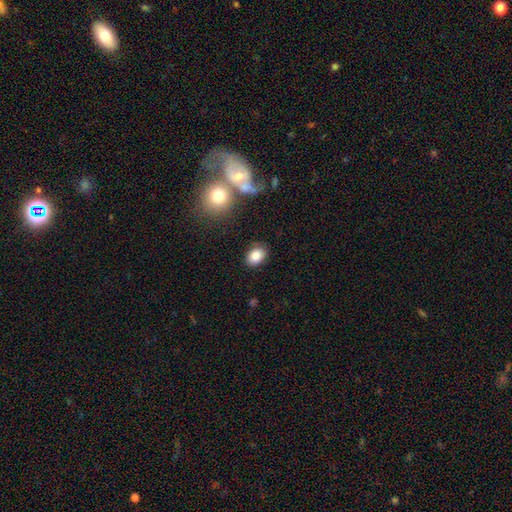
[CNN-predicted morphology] This appears to be a smooth galaxy with no disk features (85%) that is in between round and cigar-shaped (74%). Merging: none (84%).